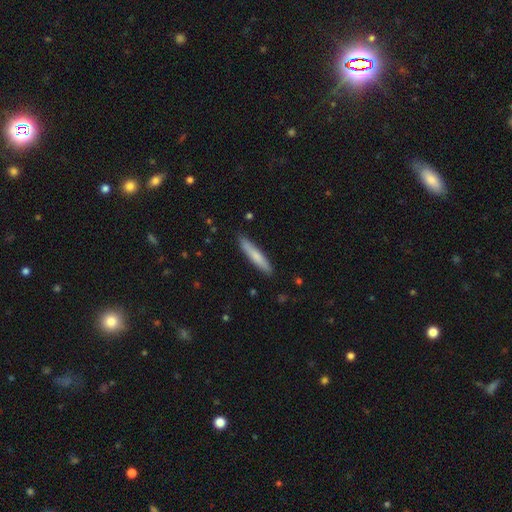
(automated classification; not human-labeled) smooth-or-featured: smooth: 71% | featured or disk: 23% | star or artifact: 5%
  how-rounded: cigar-shaped: 91% | in between: 7% | round: 1%
  merging: none: 87% | minor disturbance: 10% | major disturbance: 2% | merger: 1%